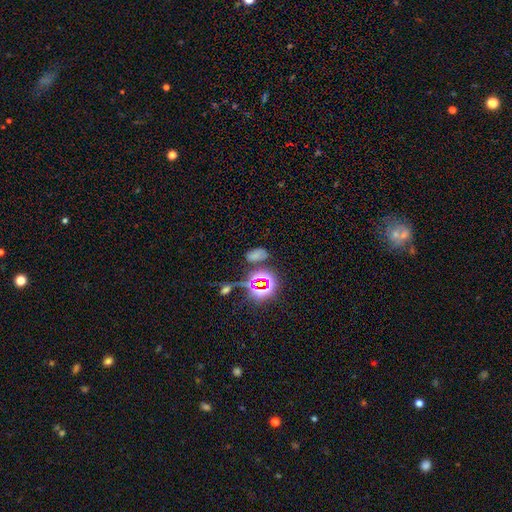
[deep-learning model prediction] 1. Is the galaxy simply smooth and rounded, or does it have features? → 49% smooth, 41% star or artifact, 10% featured or disk.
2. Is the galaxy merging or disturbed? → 63% none, 16% minor disturbance, 12% merger, 9% major disturbance.